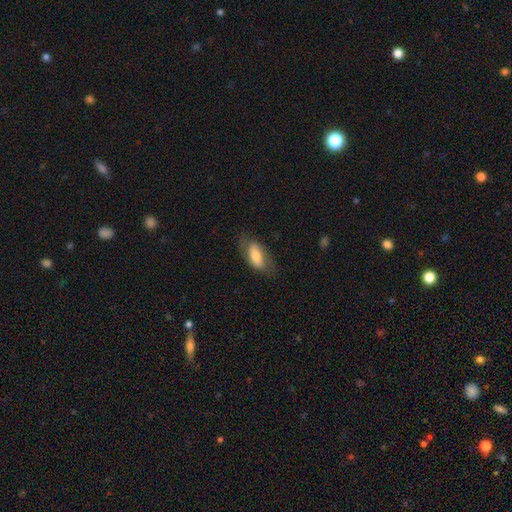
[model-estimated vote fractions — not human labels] Morphology: type=smooth (65%); roundness=in between (83%); merging=none (70%).